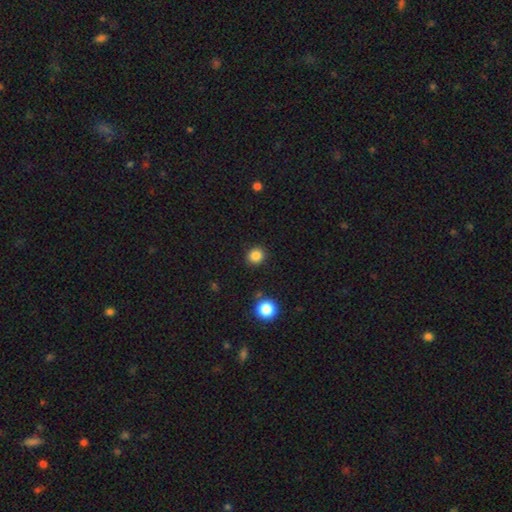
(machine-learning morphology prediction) Q: Smooth or featured?
A: smooth (85%); runner-up: star or artifact (11%)
Q: How rounded?
A: round (88%); runner-up: in between (11%)
Q: Merging?
A: none (90%); runner-up: minor disturbance (6%)